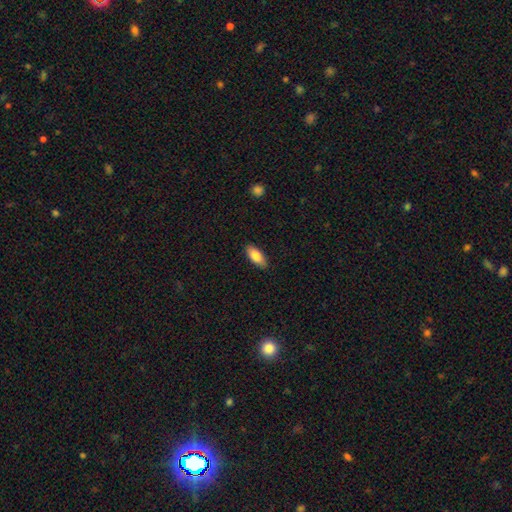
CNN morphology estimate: smooth 84%, featured or disk 10%, star or artifact 6%. Down the decision tree: how rounded — in between (84%); merging — none (88%).